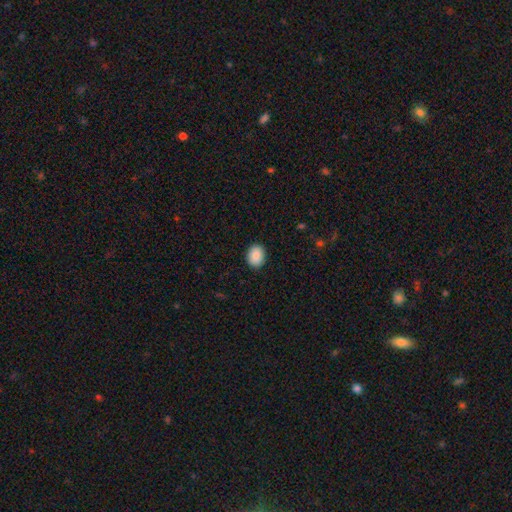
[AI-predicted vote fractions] Morphology: type=smooth (89%); roundness=in between (62%); merging=none (90%).